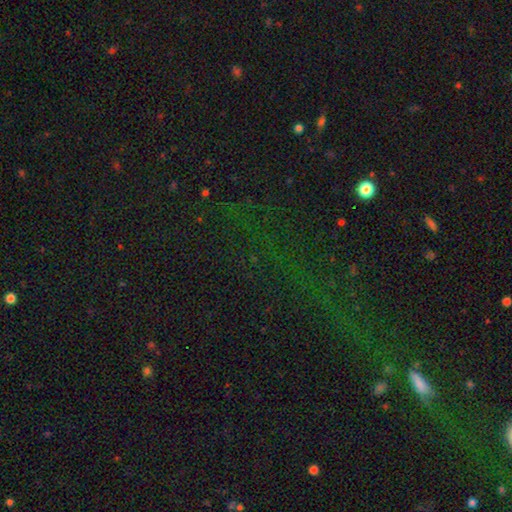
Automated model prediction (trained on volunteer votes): smooth-or-featured: star or artifact: 73% | smooth: 17% | featured or disk: 10%